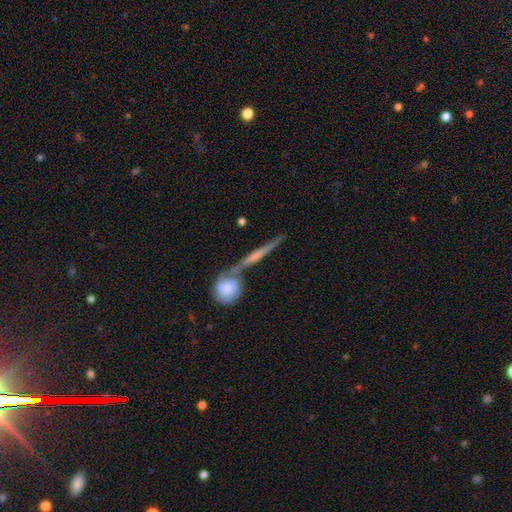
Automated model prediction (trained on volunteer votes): Overall: featured or disk (64%; smooth 28%). Edge-on disk: yes (83%). Edge-on bulge: none (47%; rounded 36%). Merging: none (48%; merger 35%).